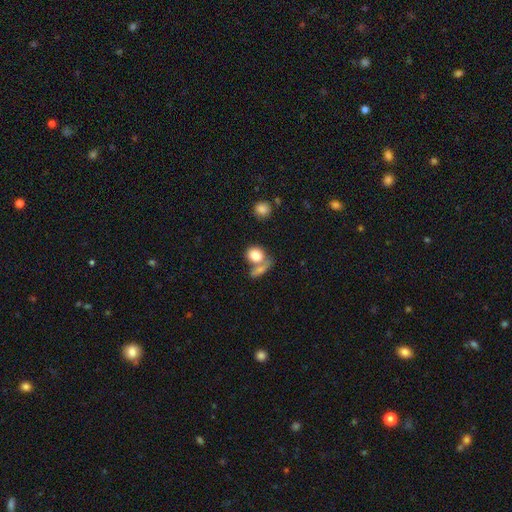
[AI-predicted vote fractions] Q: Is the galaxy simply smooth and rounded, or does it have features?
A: smooth — 81%.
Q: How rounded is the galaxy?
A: round — 59%.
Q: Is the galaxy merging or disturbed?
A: none — 42%, tied with merger.